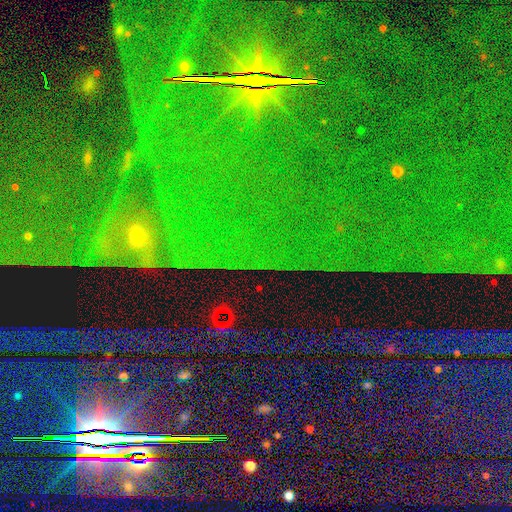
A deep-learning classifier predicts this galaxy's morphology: The model was most divided on "smooth or featured": star or artifact: 86%, featured or disk: 7%, smooth: 7%.